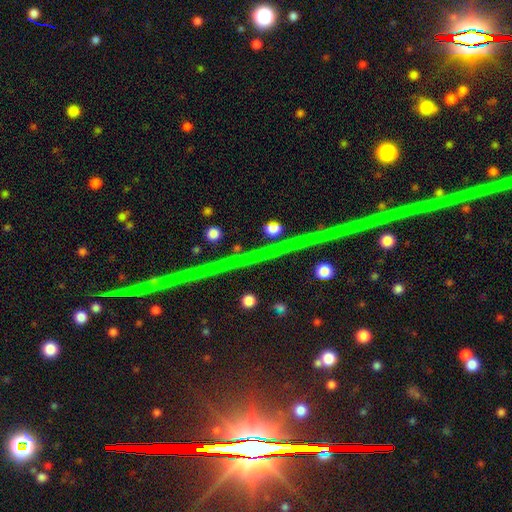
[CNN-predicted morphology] A star or artifact, not a galaxy (81%).

Vote fractions:
- Smooth or featured? star or artifact: 81% / featured or disk: 12% / smooth: 7%